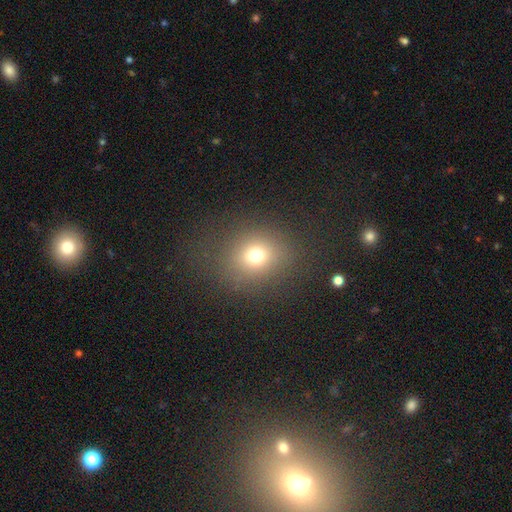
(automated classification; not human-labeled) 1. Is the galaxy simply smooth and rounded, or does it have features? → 71% smooth, 19% star or artifact, 10% featured or disk.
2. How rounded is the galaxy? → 74% round, 24% in between, 1% cigar-shaped.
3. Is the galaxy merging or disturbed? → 81% none, 9% minor disturbance, 8% major disturbance, 2% merger.